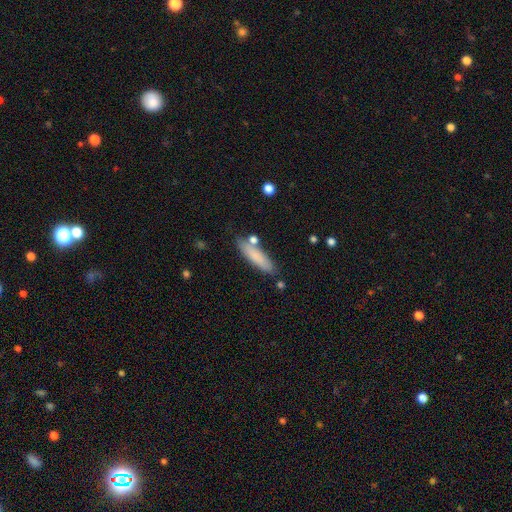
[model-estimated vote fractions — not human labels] smooth-or-featured: smooth: 80% | featured or disk: 13% | star or artifact: 7%
  how-rounded: cigar-shaped: 72% | in between: 26% | round: 2%
  merging: none: 77% | minor disturbance: 13% | merger: 6% | major disturbance: 3%